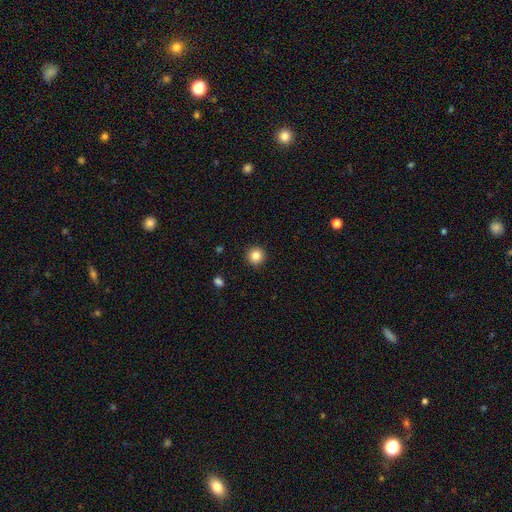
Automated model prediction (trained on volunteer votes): Smooth or featured?
  - smooth: 84% *
  - star or artifact: 11%
  - featured or disk: 6%
How rounded?
  - round: 95% *
  - in between: 4%
  - cigar-shaped: 1%
Merging?
  - none: 93% *
  - minor disturbance: 5%
  - major disturbance: 2%
  - merger: 1%